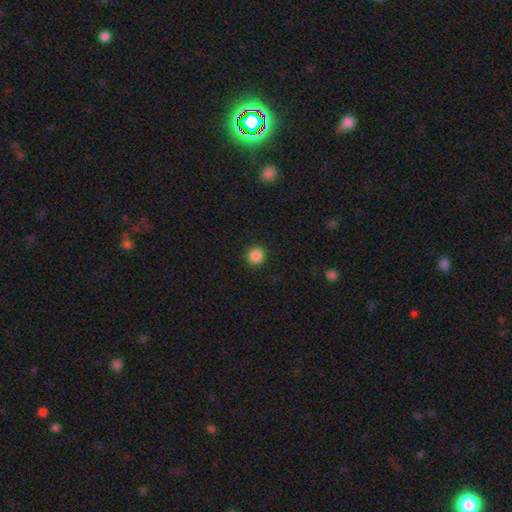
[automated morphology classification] A smooth galaxy with no disk features (87%) that is round (93%).

Vote fractions:
- Smooth or featured? smooth: 87% / star or artifact: 10% / featured or disk: 3%
- How rounded? round: 93% / in between: 6% / cigar-shaped: 1%
- Merging? none: 92% / minor disturbance: 5% / major disturbance: 2% / merger: 1%